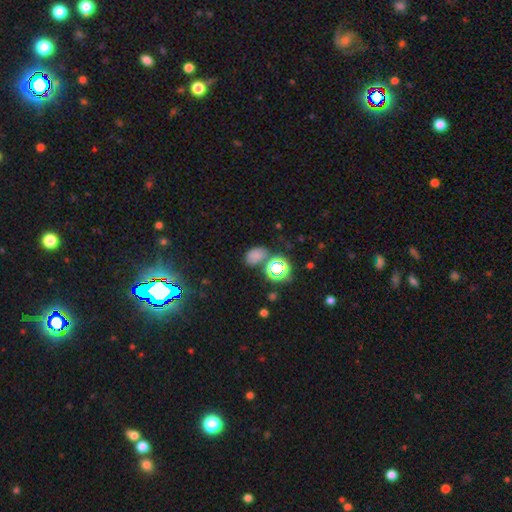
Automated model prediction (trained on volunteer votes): smooth 65%, star or artifact 28%, featured or disk 7%. Down the decision tree: how rounded — in between (71%); merging — none (64%).